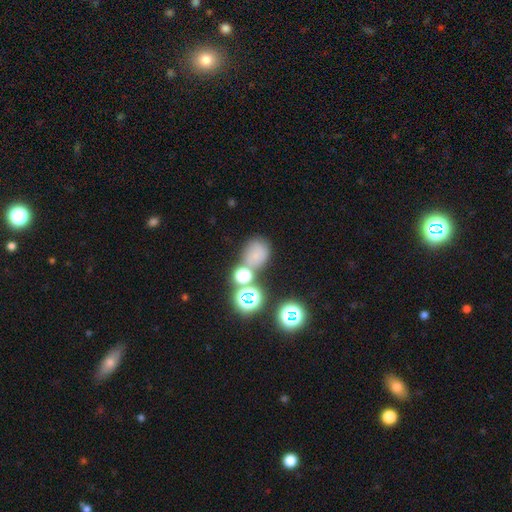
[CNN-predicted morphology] Smooth or featured? Predicted: smooth (p=0.59). How rounded? Predicted: round (p=0.62). Merging? Predicted: none (p=0.52).